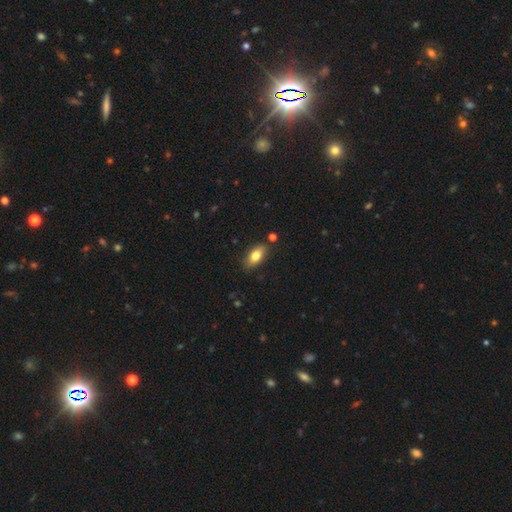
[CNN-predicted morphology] A smooth galaxy with no disk features (79%) that is in between round and cigar-shaped (86%).

Vote fractions:
- Smooth or featured? smooth: 79% / featured or disk: 14% / star or artifact: 7%
- How rounded? in between: 86% / cigar-shaped: 10% / round: 4%
- Merging? none: 82% / minor disturbance: 13% / merger: 3% / major disturbance: 3%